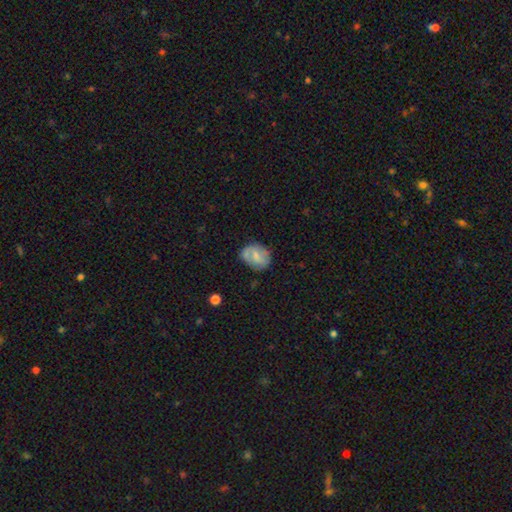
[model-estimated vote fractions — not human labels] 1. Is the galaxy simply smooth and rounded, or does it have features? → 51% smooth, 41% featured or disk, 7% star or artifact.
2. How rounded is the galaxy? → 57% in between, 42% round, 1% cigar-shaped.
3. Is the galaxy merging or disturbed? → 67% none, 23% minor disturbance, 8% major disturbance, 2% merger.